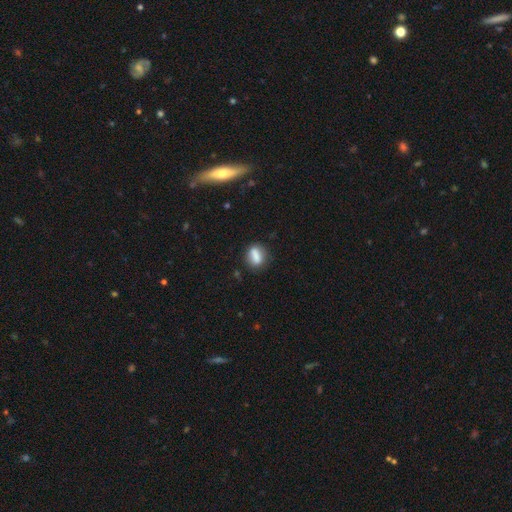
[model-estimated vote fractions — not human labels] smooth_or_featured: smooth (p=0.79) [alt: featured or disk p=0.12]
how_rounded: in between (p=0.61) [alt: round p=0.25]
merging: none (p=0.74) [alt: minor disturbance p=0.16]